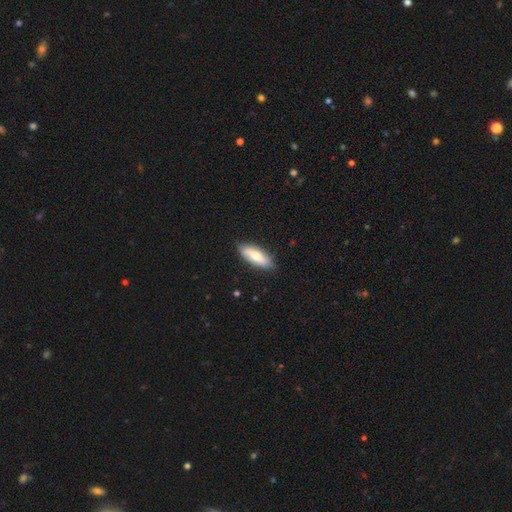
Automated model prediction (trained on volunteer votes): This is likely a smooth galaxy (70%). How rounded: likely in between (66%). Merging: clearly none (85%).